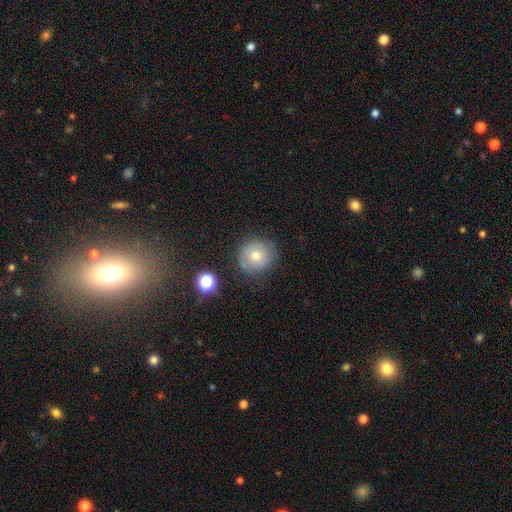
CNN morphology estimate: Smooth or featured? Predicted: smooth (p=0.65). How rounded? Predicted: round (p=0.91). Merging? Predicted: none (p=0.79).